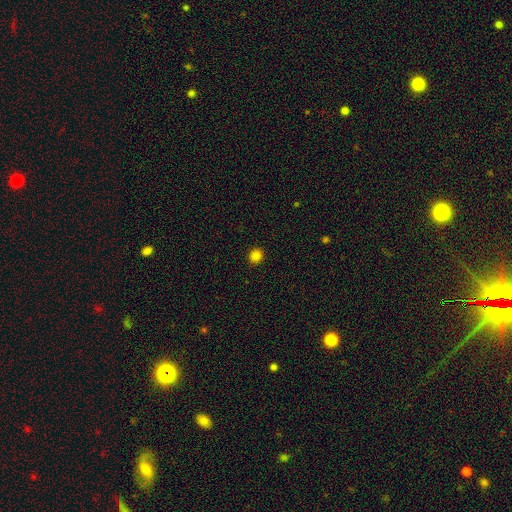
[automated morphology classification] The model was most divided on "smooth or featured": smooth: 83%, star or artifact: 13%, featured or disk: 4%. More confident: merging — none (93%); how rounded — round (86%).